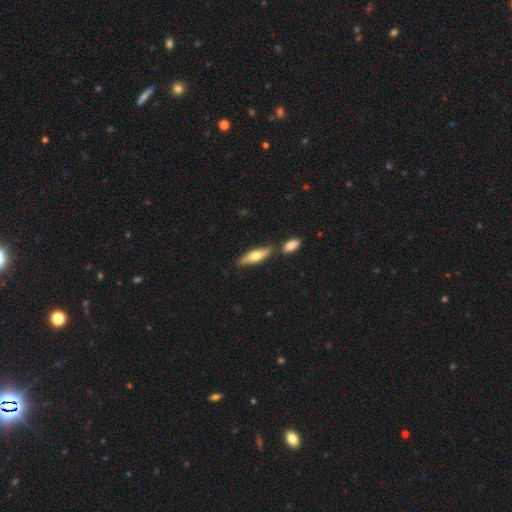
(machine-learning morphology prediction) Smooth or featured? smooth (57%)
How rounded? cigar-shaped (58%)
Merging? none (71%)